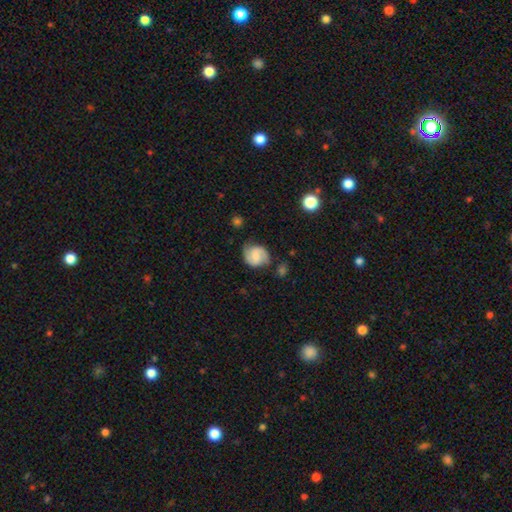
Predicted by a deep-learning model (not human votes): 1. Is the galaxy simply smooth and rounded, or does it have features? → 58% featured or disk, 35% smooth, 7% star or artifact.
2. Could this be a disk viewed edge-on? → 98% no, 2% yes.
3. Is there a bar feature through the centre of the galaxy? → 49% weak, 37% no, 14% strong.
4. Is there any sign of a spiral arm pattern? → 91% yes, 9% no.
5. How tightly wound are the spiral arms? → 47% medium, 32% tight, 21% loose.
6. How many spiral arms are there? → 86% 2, 8% can't tell, 2% 1, 2% 3, 1% 4, 1% more than 4.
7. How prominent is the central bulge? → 40% small, 37% moderate, 16% none, 5% large, 2% dominant.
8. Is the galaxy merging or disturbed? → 68% none, 22% minor disturbance, 7% major disturbance, 3% merger.